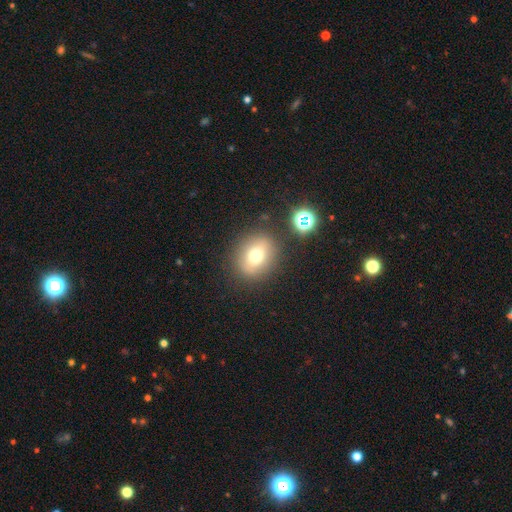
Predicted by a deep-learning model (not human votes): Smooth or featured? Predicted: smooth (p=0.69). How rounded? Predicted: round (p=0.65). Merging? Predicted: none (p=0.83).